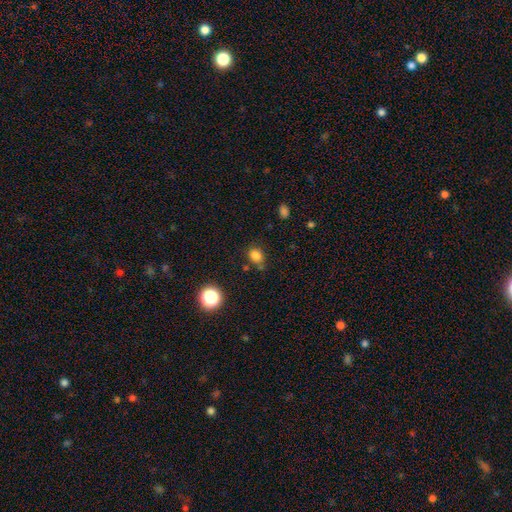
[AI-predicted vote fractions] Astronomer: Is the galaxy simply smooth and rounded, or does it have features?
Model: smooth — 80%.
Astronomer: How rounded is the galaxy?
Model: round — 57% (runner-up: in between, 42%).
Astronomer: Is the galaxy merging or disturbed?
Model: none — 70%.